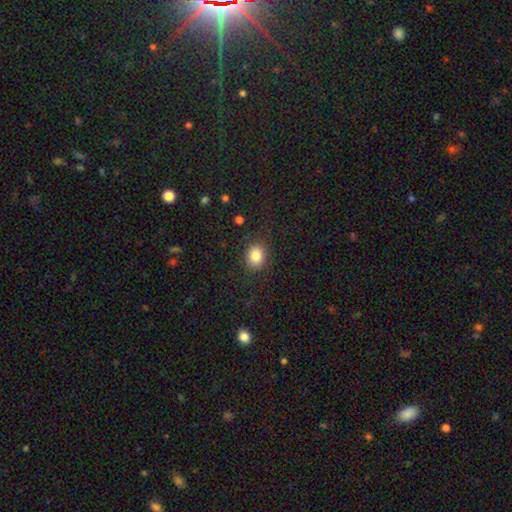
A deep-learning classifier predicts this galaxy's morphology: Overall: smooth (83%). How rounded: round (57%; in between 42%). Merging: none (84%).